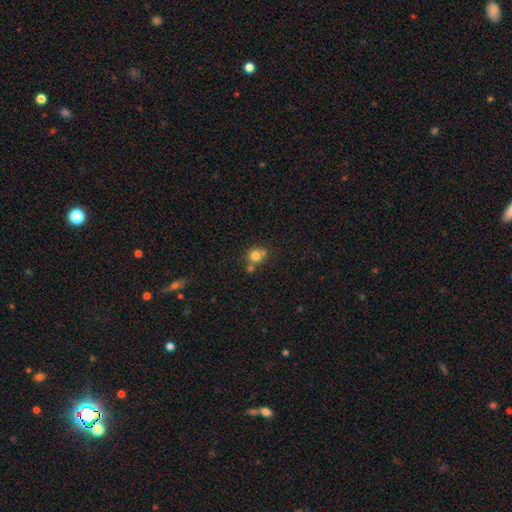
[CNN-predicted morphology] smooth 75%, star or artifact 13%, featured or disk 12%. Down the decision tree: how rounded — round (84%); merging — none (51%).